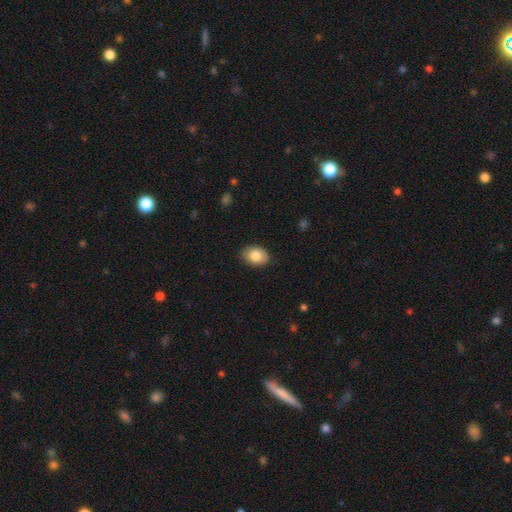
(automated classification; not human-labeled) smooth_or_featured: smooth (p=0.83) [alt: featured or disk p=0.10]
how_rounded: in between (p=0.80) [alt: round p=0.19]
merging: none (p=0.86) [alt: minor disturbance p=0.11]